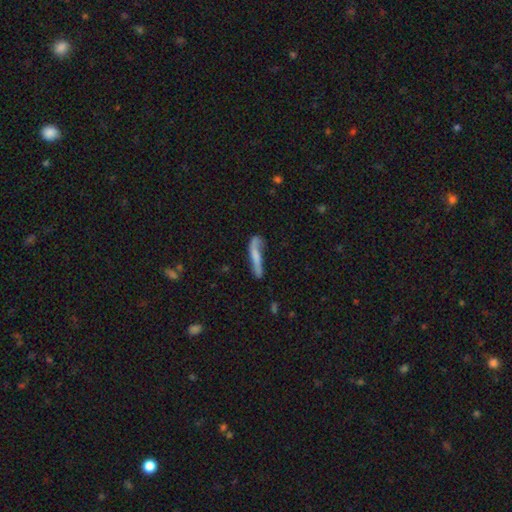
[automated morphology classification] A smooth galaxy with no disk features (57%) that is cigar-shaped (86%). Merging: none (49%).